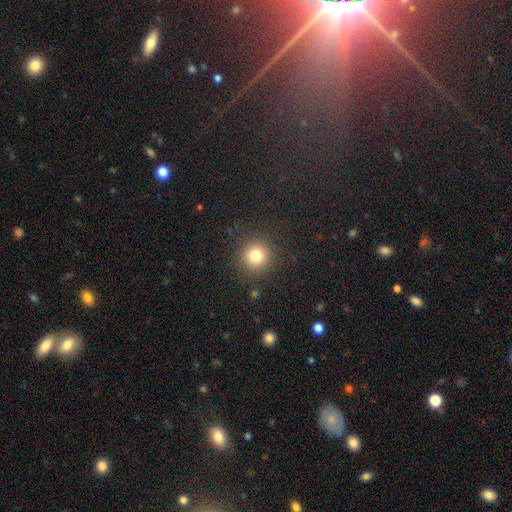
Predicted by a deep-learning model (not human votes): Smooth or featured?
  - smooth: 79% *
  - star or artifact: 14%
  - featured or disk: 7%
How rounded?
  - round: 94% *
  - in between: 5%
  - cigar-shaped: 1%
Merging?
  - none: 89% *
  - minor disturbance: 7%
  - major disturbance: 3%
  - merger: 1%